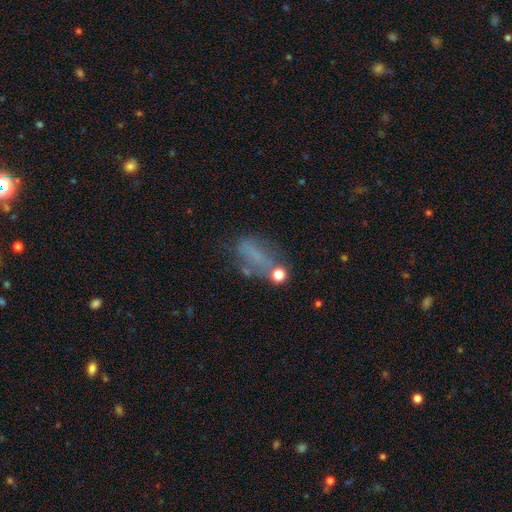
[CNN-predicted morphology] This appears to be a smooth galaxy with no disk features (46%). Merging: none (40%).